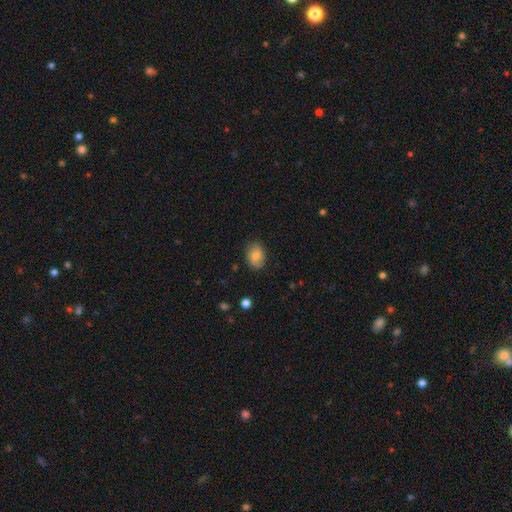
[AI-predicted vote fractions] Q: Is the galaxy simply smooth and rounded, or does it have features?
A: smooth — 74%.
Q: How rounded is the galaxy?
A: in between — 75%.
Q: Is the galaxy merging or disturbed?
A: none — 81%.